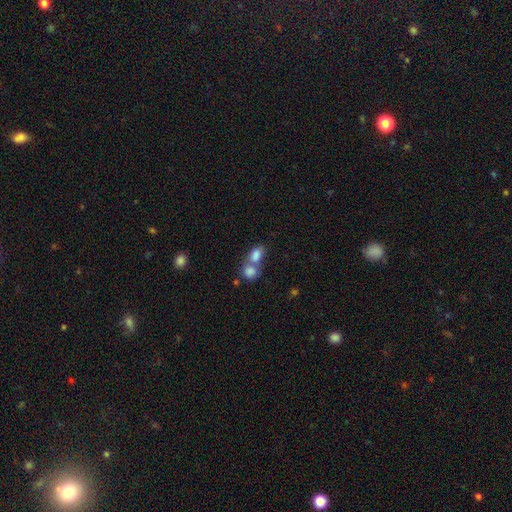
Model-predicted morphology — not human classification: smooth-or-featured: smooth: 82% | featured or disk: 9% | star or artifact: 9%
  how-rounded: in between: 70% | round: 29% | cigar-shaped: 2%
  merging: merger: 61% | none: 27% | minor disturbance: 7% | major disturbance: 4%